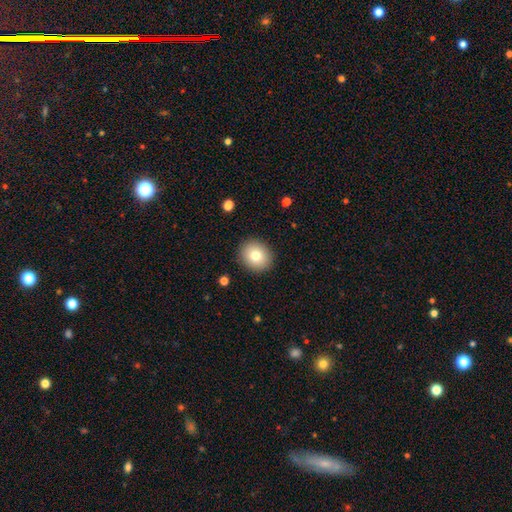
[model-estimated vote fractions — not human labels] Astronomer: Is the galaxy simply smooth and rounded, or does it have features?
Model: smooth — 78%.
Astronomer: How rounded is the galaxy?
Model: round — 73%.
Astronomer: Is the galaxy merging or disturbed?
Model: none — 90%.